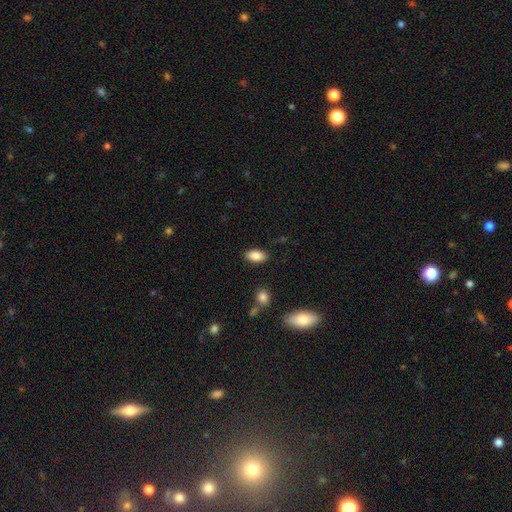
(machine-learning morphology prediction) Smooth or featured? Predicted: smooth (p=0.84). How rounded? Predicted: in between (p=0.92). Merging? Predicted: none (p=0.87).